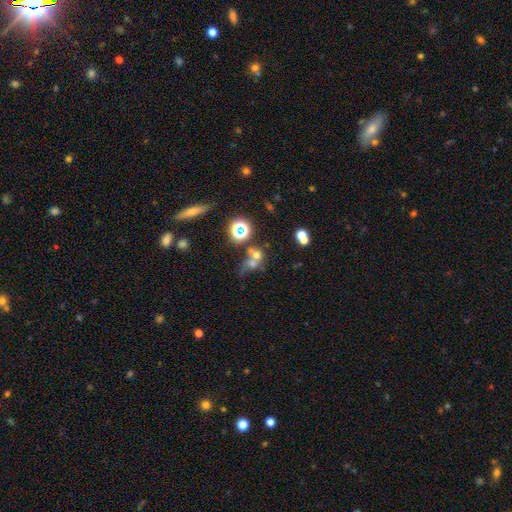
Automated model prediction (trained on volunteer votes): This is possibly a smooth galaxy (53%). How rounded: likely round (73%). Merging: possibly merger (47%).